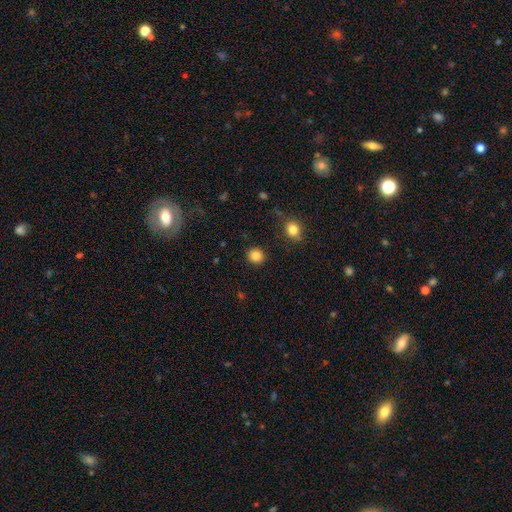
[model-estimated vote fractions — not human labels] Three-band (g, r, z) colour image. It shows a smooth galaxy with no disk features (85%) that is round (90%). Merging: none (91%).